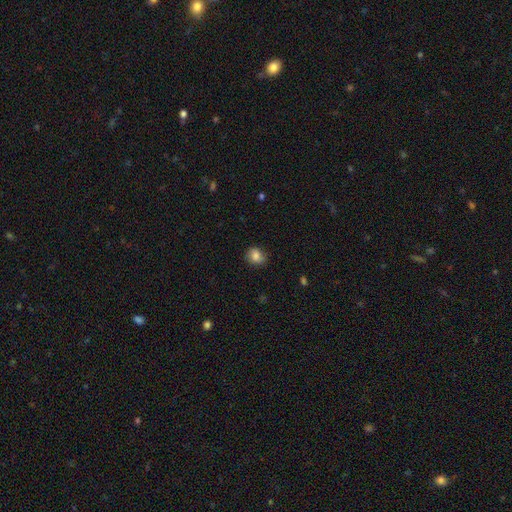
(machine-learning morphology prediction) A smooth galaxy with no disk features (83%) that is round (67%). Merging: none (78%).